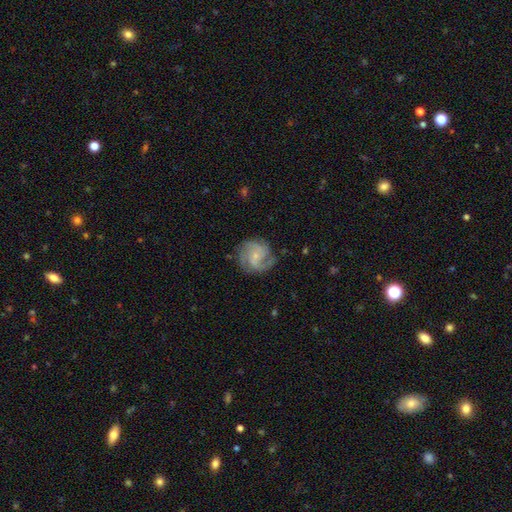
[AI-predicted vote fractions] A featured or disk galaxy (85%) with no bar (70%), 3 (42%) medium (45%, tied with tight) spiral arms (97%) and a small central bulge (77%).

Vote fractions:
- Smooth or featured? featured or disk: 85% / smooth: 10% / star or artifact: 5%
- Edge-on disk? no: 98% / yes: 2%
- Bar? no: 70% / weak: 26% / strong: 5%
- Spiral arms? yes: 97% / no: 3%
- Spiral winding? medium: 45% (tied) / tight: 45% (tied) / loose: 10%
- Spiral arm count? 3: 42% / 2: 31% / can't tell: 11% / 4: 6% / 1: 5% / more than 4: 5%
- Bulge size? small: 77% / moderate: 17% / none: 4% / large: 1% / dominant: 1%
- Merging? none: 76% / minor disturbance: 16% / major disturbance: 7% / merger: 1%